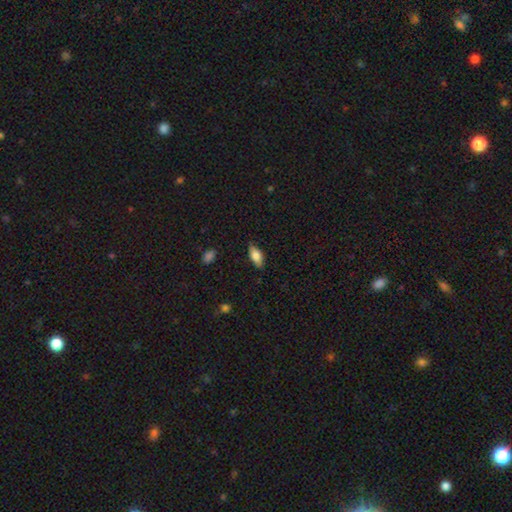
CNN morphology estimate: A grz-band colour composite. It shows a smooth galaxy with no disk features (79%) that is in between round and cigar-shaped (86%). Merging: none (81%).